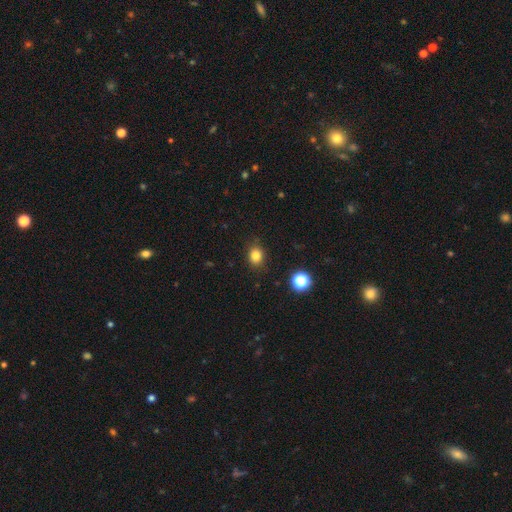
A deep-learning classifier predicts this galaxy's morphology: smooth 82%, star or artifact 13%, featured or disk 5%. Down the decision tree: how rounded — round (59%); merging — none (86%).